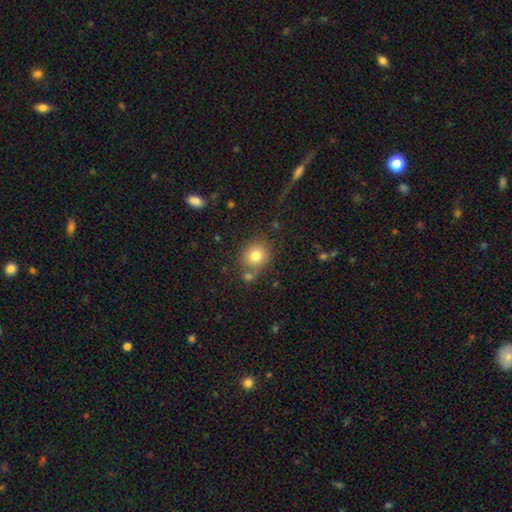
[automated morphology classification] Q: Smooth or featured?
A: smooth (79%); runner-up: star or artifact (11%)
Q: How rounded?
A: round (78%); runner-up: in between (21%)
Q: Merging?
A: none (72%); runner-up: merger (13%)